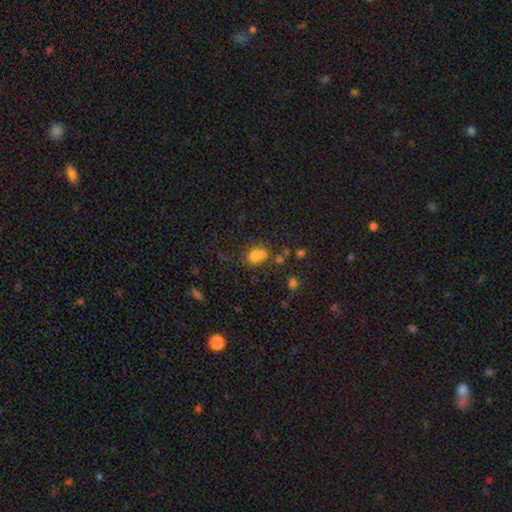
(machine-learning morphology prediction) A smooth galaxy with no disk features (66%) that is round (57%).

Vote fractions:
- Smooth or featured? smooth: 66% / star or artifact: 17% / featured or disk: 17%
- How rounded? round: 57% / in between: 42% / cigar-shaped: 1%
- Merging? merger: 48% / none: 33% / minor disturbance: 12% / major disturbance: 7%